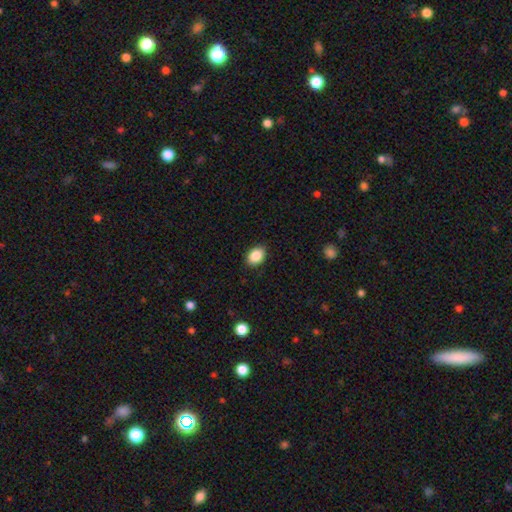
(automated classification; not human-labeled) Overall: smooth (88%). How rounded: in between (73%). Merging: none (88%).